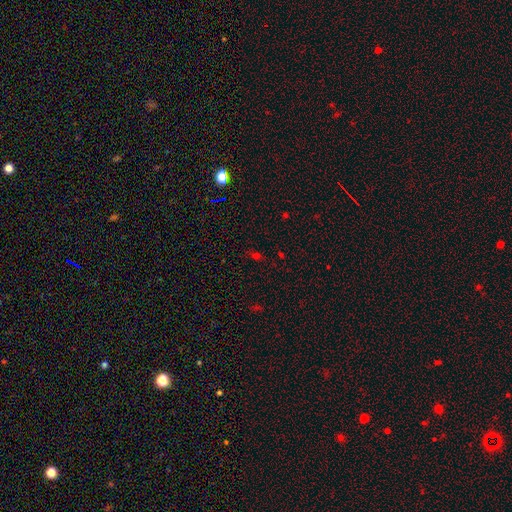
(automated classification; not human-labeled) A star or artifact, not a galaxy (46%, tied with smooth).

Vote fractions:
- Smooth or featured? star or artifact: 46% (tied) / smooth: 46% (tied) / featured or disk: 8%